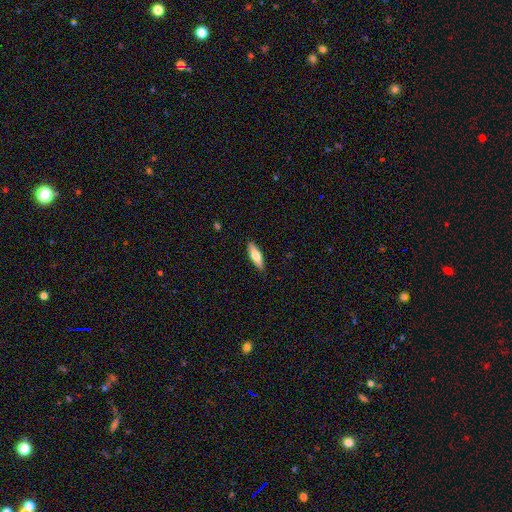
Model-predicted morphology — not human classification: A smooth galaxy with no disk features (66%) that is cigar-shaped (50%).

Vote fractions:
- Smooth or featured? smooth: 66% / featured or disk: 28% / star or artifact: 6%
- How rounded? cigar-shaped: 50% / in between: 48% / round: 2%
- Merging? none: 87% / minor disturbance: 10% / major disturbance: 2% / merger: 1%